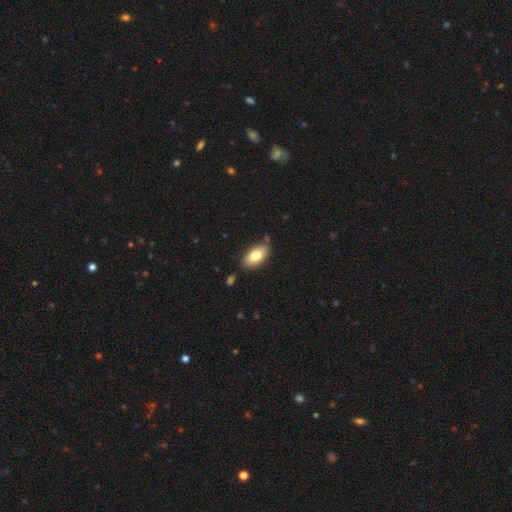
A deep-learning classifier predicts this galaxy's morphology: A smooth galaxy with no disk features (81%) that is in between round and cigar-shaped (93%).

Vote fractions:
- Smooth or featured? smooth: 81% / featured or disk: 12% / star or artifact: 7%
- How rounded? in between: 93% / cigar-shaped: 4% / round: 3%
- Merging? none: 79% / minor disturbance: 14% / merger: 4% / major disturbance: 3%